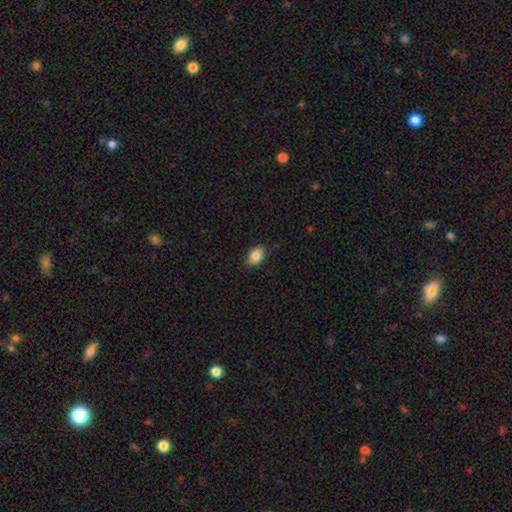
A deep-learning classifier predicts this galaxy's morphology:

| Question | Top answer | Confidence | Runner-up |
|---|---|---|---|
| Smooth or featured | smooth | 86% | star or artifact (8%) |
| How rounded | in between | 80% | round (18%) |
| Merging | none | 82% | minor disturbance (15%) |